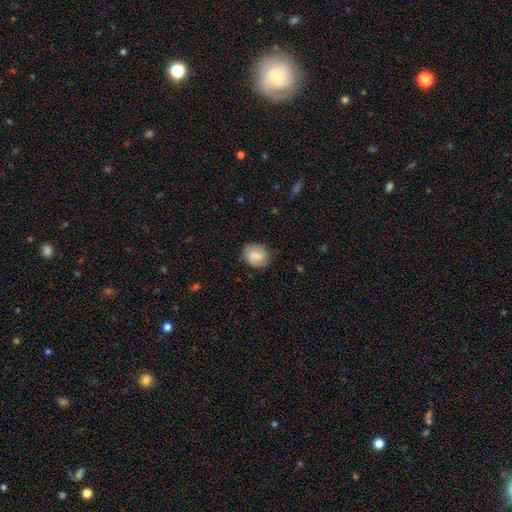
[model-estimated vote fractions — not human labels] A smooth galaxy with no disk features (59%) that is round (65%).

Vote fractions:
- Smooth or featured? smooth: 59% / featured or disk: 34% / star or artifact: 8%
- How rounded? round: 65% / in between: 33% / cigar-shaped: 1%
- Merging? none: 77% / minor disturbance: 17% / major disturbance: 5% / merger: 1%